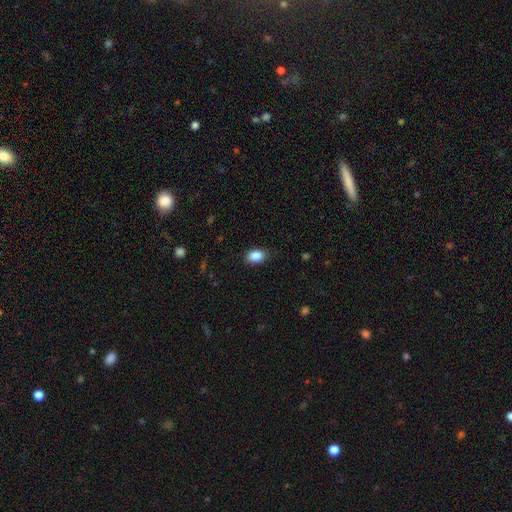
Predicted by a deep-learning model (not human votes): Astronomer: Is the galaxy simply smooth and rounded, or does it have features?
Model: smooth — 89%.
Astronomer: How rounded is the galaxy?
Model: in between — 83%.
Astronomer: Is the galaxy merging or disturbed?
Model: none — 83%.